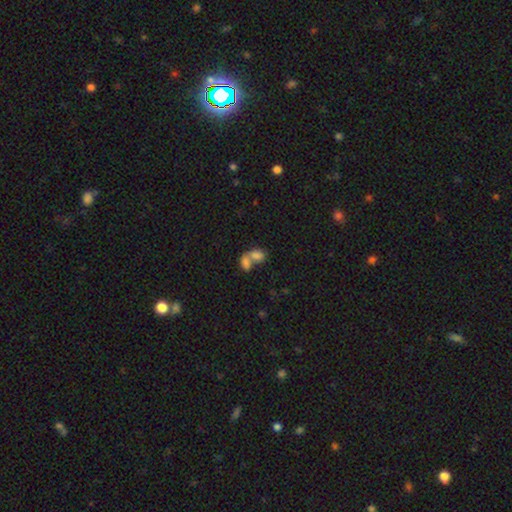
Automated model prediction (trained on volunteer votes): Smooth or featured? smooth (79%)
How rounded? in between (84%)
Merging? merger (74%)